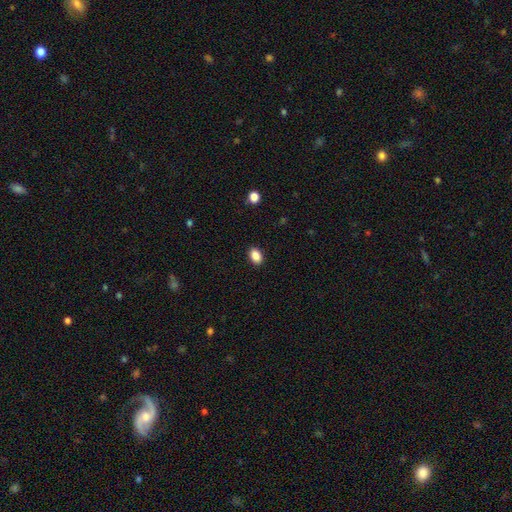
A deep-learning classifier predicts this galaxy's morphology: A smooth galaxy with no disk features (88%) that is in between round and cigar-shaped (85%). Merging: none (90%).